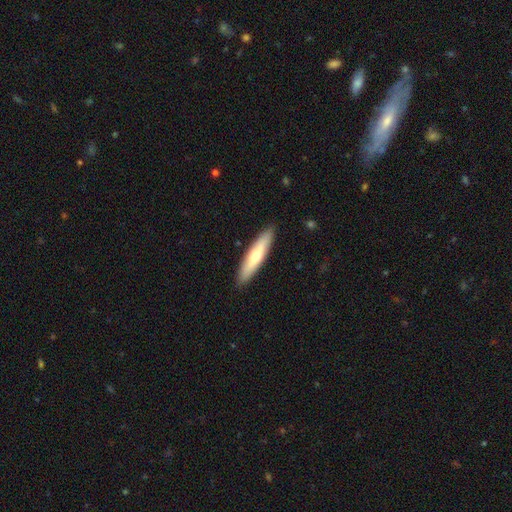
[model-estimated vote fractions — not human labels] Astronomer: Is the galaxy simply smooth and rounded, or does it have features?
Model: smooth — 58% (runner-up: featured or disk, 37%).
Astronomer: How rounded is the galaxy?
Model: cigar-shaped — 80%.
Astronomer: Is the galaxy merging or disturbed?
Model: none — 90%.